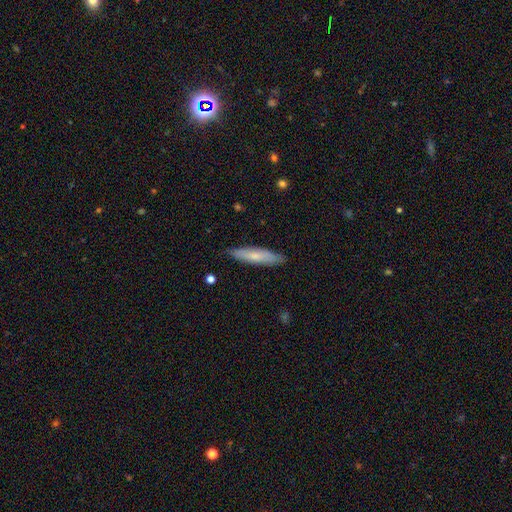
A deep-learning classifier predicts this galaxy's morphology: Smooth or featured?
  - smooth: 65% *
  - featured or disk: 29%
  - star or artifact: 6%
How rounded?
  - cigar-shaped: 82% *
  - in between: 16%
  - round: 2%
Merging?
  - none: 87% *
  - minor disturbance: 10%
  - major disturbance: 2%
  - merger: 1%